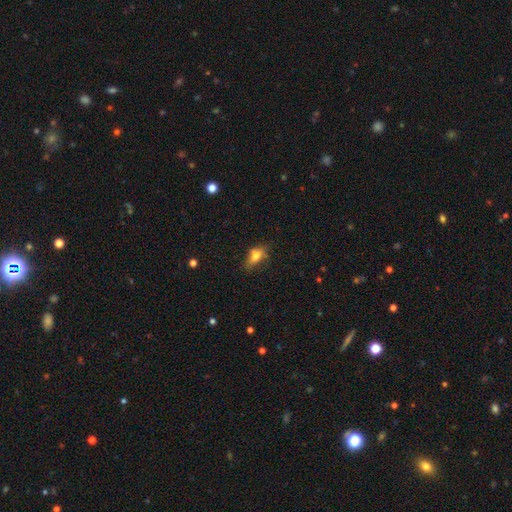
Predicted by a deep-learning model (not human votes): A smooth galaxy with no disk features (68%) that is in between round and cigar-shaped (77%).

Vote fractions:
- Smooth or featured? smooth: 68% / featured or disk: 21% / star or artifact: 11%
- How rounded? in between: 77% / cigar-shaped: 14% / round: 9%
- Merging? none: 58% / minor disturbance: 28% / major disturbance: 11% / merger: 3%